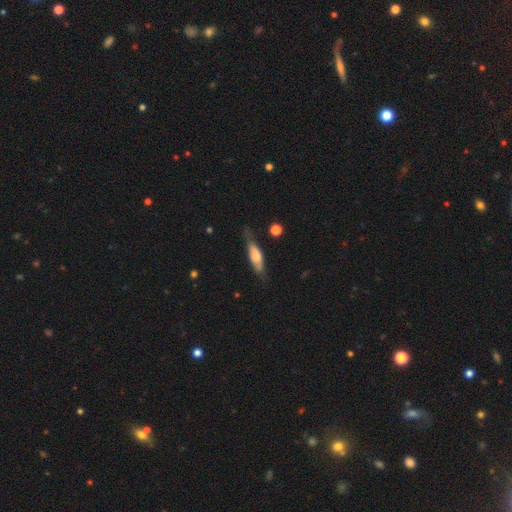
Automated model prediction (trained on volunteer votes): A smooth galaxy with no disk features (55%) that is cigar-shaped (60%). Merging: none (64%).